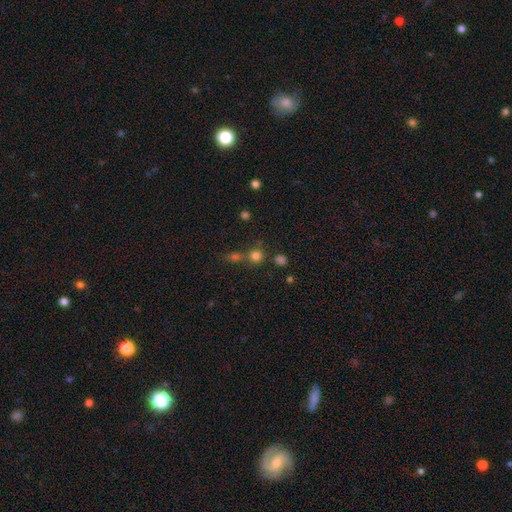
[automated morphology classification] The model was most divided on "merging": none: 63%, merger: 26%, minor disturbance: 8%, major disturbance: 4%. More confident: how rounded — round (89%); smooth or featured — smooth (73%).